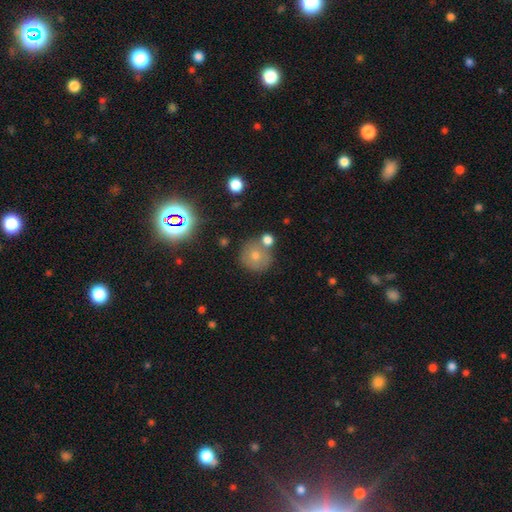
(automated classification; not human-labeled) Smooth or featured: smooth — 70% (featured or disk — 17%)
How rounded: round — 91% (in between — 8%)
Merging: none — 62% (merger — 23%)